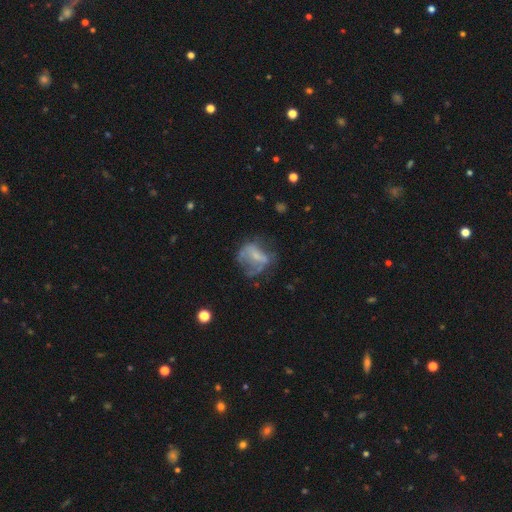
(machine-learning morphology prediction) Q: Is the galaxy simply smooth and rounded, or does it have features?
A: featured or disk — 52%.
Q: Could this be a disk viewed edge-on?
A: no — 97%.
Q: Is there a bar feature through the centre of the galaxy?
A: no — 56%.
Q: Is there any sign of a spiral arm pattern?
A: no — 69%.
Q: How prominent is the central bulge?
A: small — 46%.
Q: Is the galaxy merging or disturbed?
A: major disturbance — 39%.